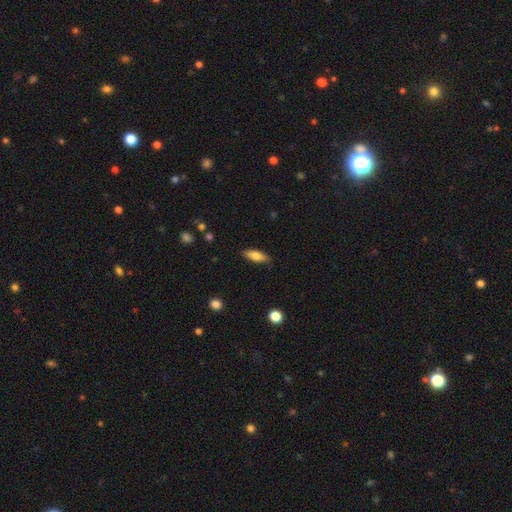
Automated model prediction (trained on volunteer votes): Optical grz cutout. It shows a smooth galaxy with no disk features (75%) that is in between round and cigar-shaped (62%). Merging: none (86%).